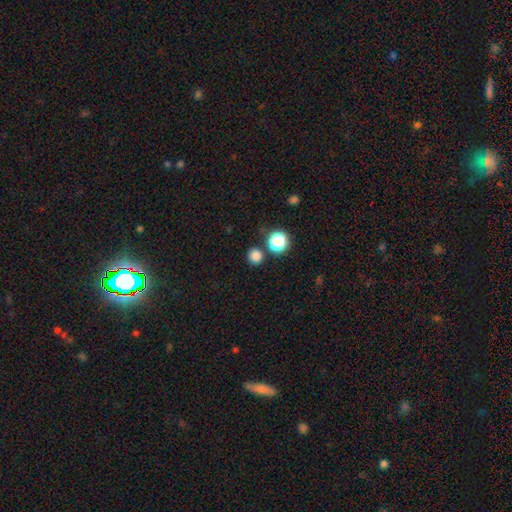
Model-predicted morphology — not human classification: The model was most divided on "smooth or featured": smooth: 81%, star or artifact: 15%, featured or disk: 4%. More confident: how rounded — round (91%); merging — none (80%).